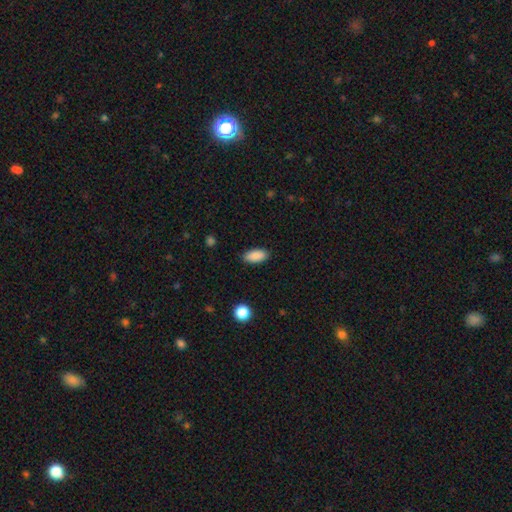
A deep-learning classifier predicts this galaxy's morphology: smooth 89%, star or artifact 7%, featured or disk 4%. Down the decision tree: how rounded — in between (91%); merging — none (88%).